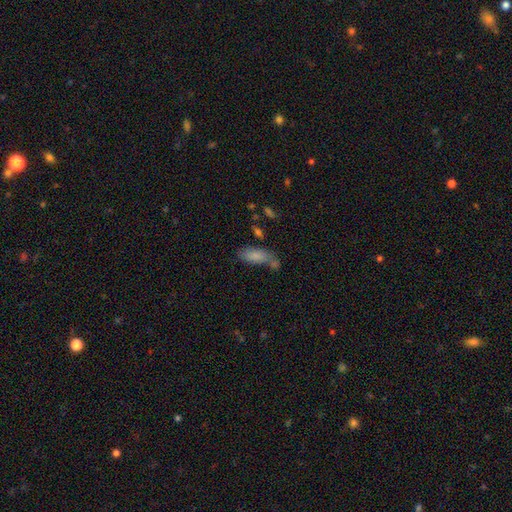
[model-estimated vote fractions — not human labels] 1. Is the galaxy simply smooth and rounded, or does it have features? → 81% smooth, 11% featured or disk, 8% star or artifact.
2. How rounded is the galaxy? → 75% in between, 22% cigar-shaped, 2% round.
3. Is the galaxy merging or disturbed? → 46% none, 26% merger, 19% minor disturbance, 8% major disturbance.